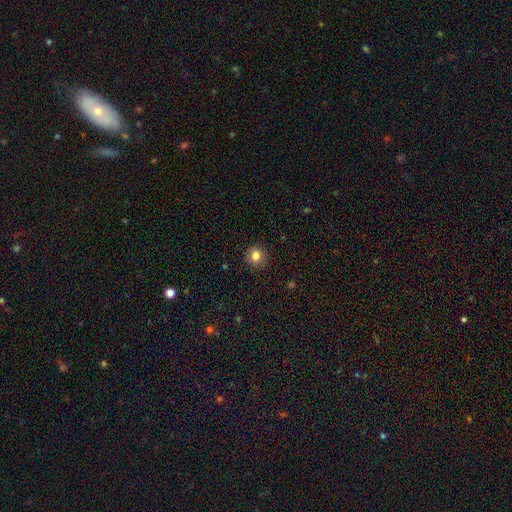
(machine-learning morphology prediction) A smooth galaxy with no disk features (83%) that is round (90%). Merging: none (91%).